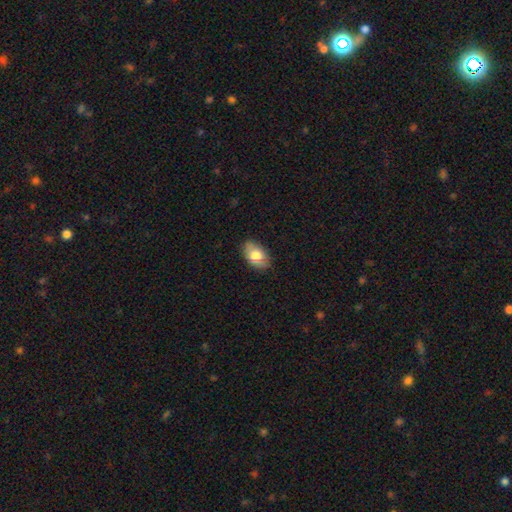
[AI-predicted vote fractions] The model was most divided on "smooth or featured": smooth: 74%, featured or disk: 19%, star or artifact: 7%. More confident: how rounded — in between (90%); merging — none (80%).